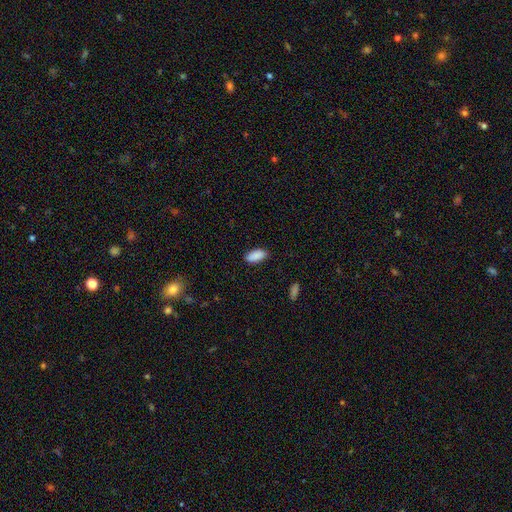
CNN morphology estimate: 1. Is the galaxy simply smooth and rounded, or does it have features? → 89% smooth, 7% star or artifact, 4% featured or disk.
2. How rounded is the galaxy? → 89% in between, 9% cigar-shaped, 2% round.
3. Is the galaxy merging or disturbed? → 86% none, 10% minor disturbance, 2% major disturbance, 1% merger.